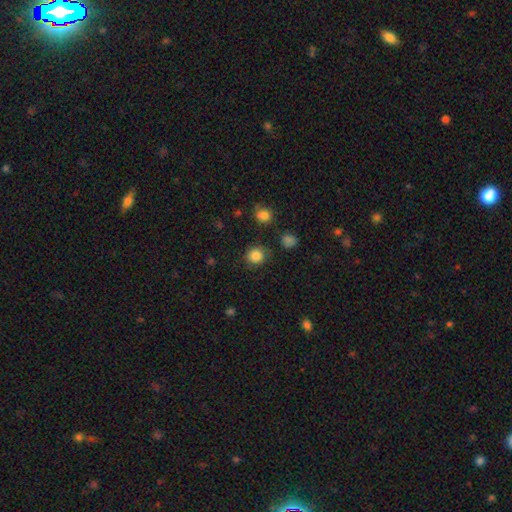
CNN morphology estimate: This appears to be a smooth galaxy with no disk features (84%) that is round (89%). Merging: none (83%).